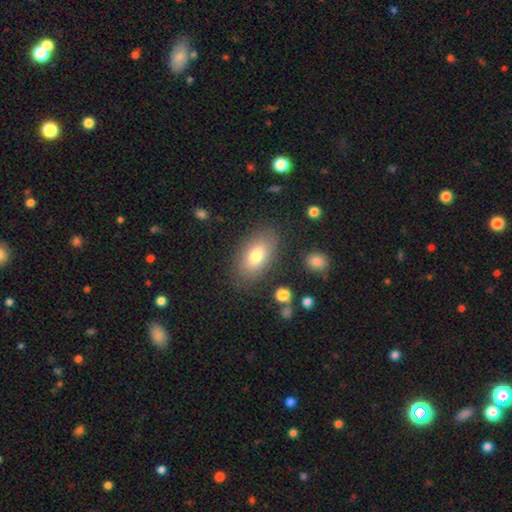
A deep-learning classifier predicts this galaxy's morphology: smooth 75%, featured or disk 16%, star or artifact 9%. Down the decision tree: how rounded — in between (90%); merging — none (81%).